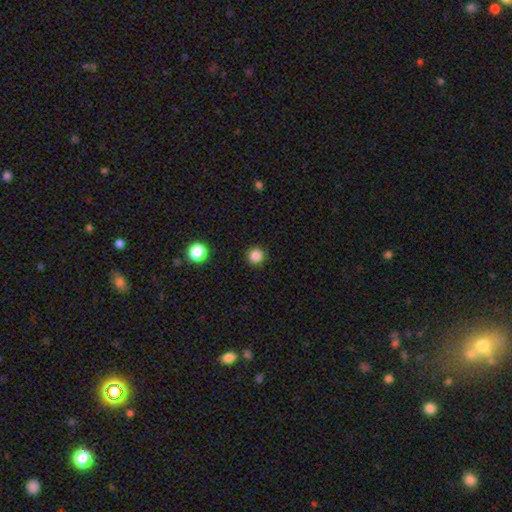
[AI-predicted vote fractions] Q: Smooth or featured?
A: smooth (84%); runner-up: star or artifact (12%)
Q: How rounded?
A: round (95%); runner-up: in between (4%)
Q: Merging?
A: none (92%); runner-up: minor disturbance (5%)